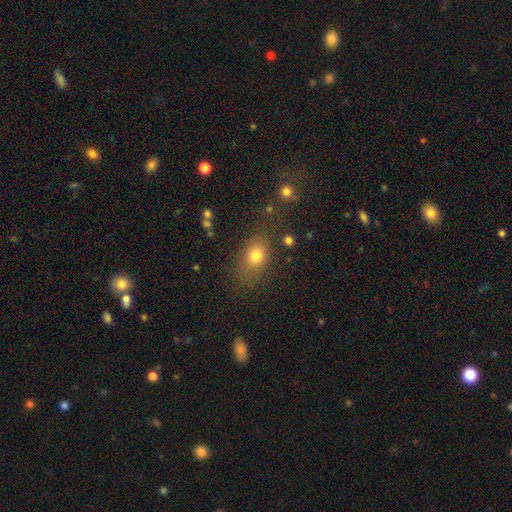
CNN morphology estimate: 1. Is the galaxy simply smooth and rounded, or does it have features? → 76% smooth, 14% star or artifact, 10% featured or disk.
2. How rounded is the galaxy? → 61% in between, 37% round, 3% cigar-shaped.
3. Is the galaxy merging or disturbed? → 73% none, 16% minor disturbance, 7% major disturbance, 5% merger.